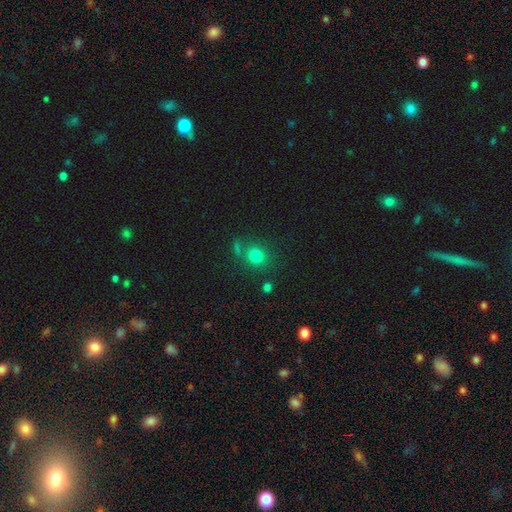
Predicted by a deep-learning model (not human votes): This appears to be a smooth galaxy with no disk features (77%) that is round (77%). Merging: none (69%).